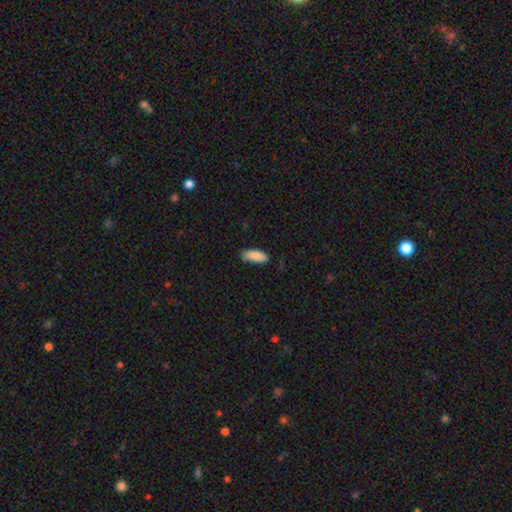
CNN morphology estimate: Smooth or featured? smooth (89%)
How rounded? in between (81%)
Merging? none (72%)